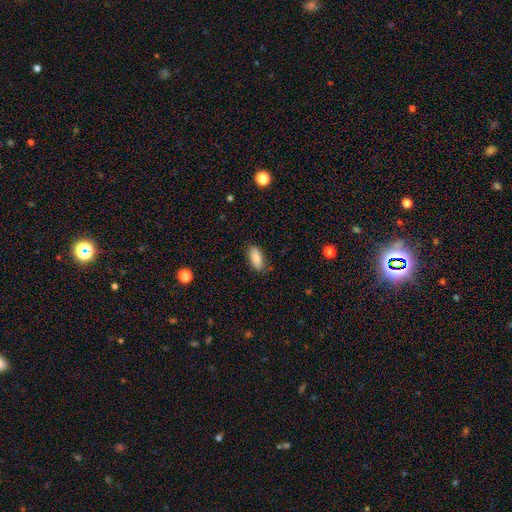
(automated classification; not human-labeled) Smooth or featured?
  - smooth: 83% *
  - featured or disk: 10%
  - star or artifact: 7%
How rounded?
  - in between: 85% *
  - cigar-shaped: 12%
  - round: 3%
Merging?
  - none: 79% *
  - minor disturbance: 16%
  - major disturbance: 3%
  - merger: 1%